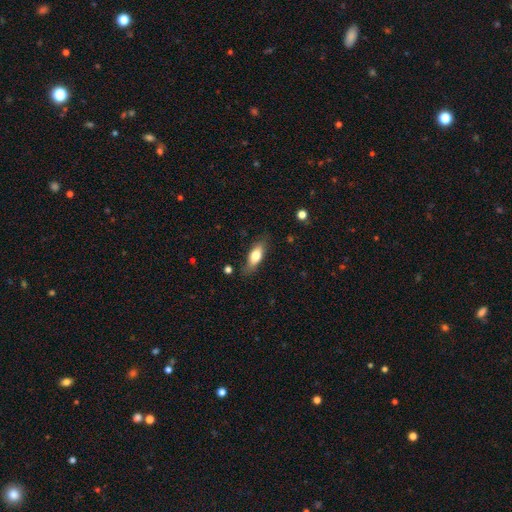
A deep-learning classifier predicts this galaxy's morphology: Smooth or featured? smooth (73%)
How rounded? in between (72%)
Merging? none (78%)